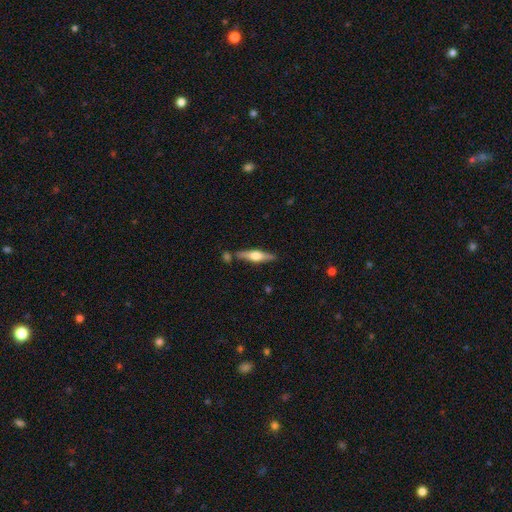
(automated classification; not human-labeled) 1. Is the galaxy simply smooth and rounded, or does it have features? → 65% featured or disk, 29% smooth, 6% star or artifact.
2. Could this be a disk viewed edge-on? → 96% yes, 4% no.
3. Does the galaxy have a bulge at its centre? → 93% rounded, 5% boxy, 2% none.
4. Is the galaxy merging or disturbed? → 80% none, 10% minor disturbance, 7% merger, 2% major disturbance.